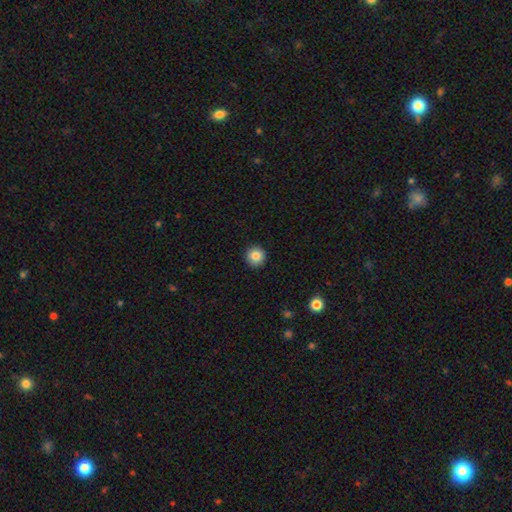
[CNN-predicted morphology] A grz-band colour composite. It shows a smooth galaxy with no disk features (84%) that is round (96%). Merging: none (93%).